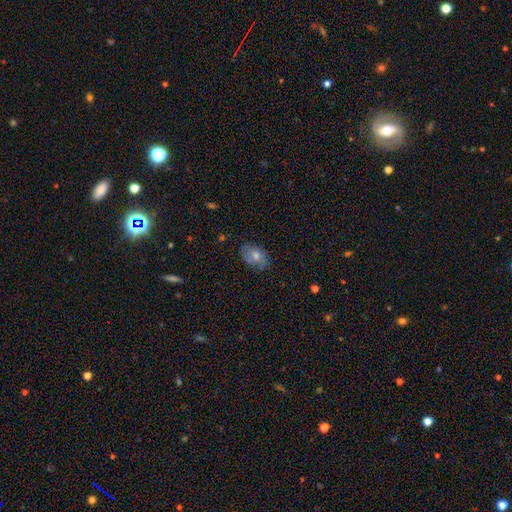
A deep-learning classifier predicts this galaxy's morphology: A smooth galaxy with no disk features (61%) that is in between round and cigar-shaped (81%).

Vote fractions:
- Smooth or featured? smooth: 61% / featured or disk: 26% / star or artifact: 13%
- How rounded? in between: 81% / round: 18% / cigar-shaped: 2%
- Merging? none: 79% / minor disturbance: 16% / major disturbance: 4% / merger: 1%